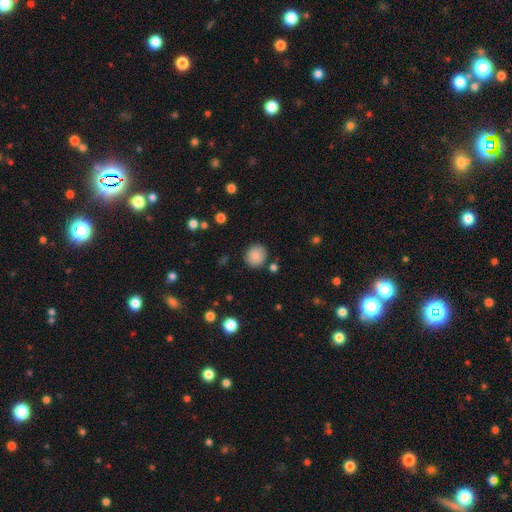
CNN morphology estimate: type=smooth (86%); roundness=round (85%); merging=none (85%).